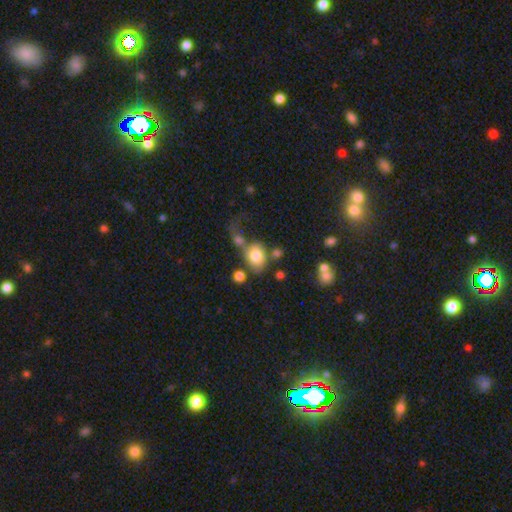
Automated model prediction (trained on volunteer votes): This appears to be a smooth galaxy with no disk features (76%) that is in between round and cigar-shaped (58%). Merging: none (35%).